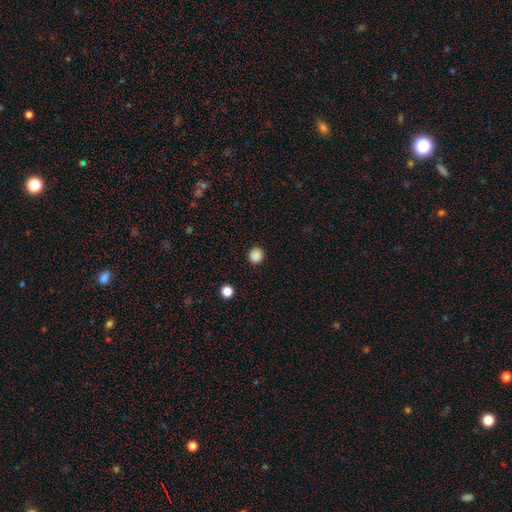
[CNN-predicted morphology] smooth 86%, star or artifact 11%, featured or disk 2%. Down the decision tree: how rounded — round (90%); merging — none (90%).